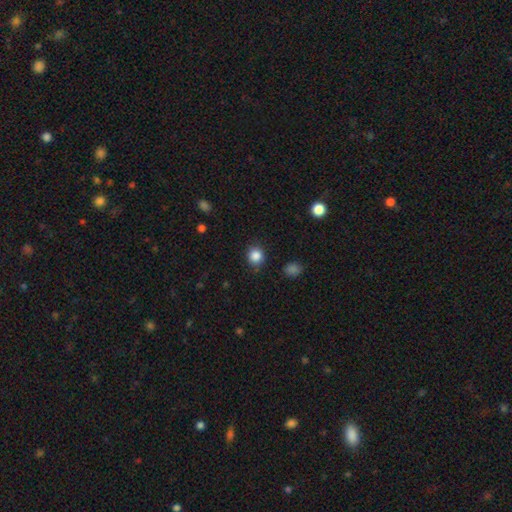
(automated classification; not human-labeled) Overall: smooth (86%). How rounded: round (87%). Merging: none (87%).